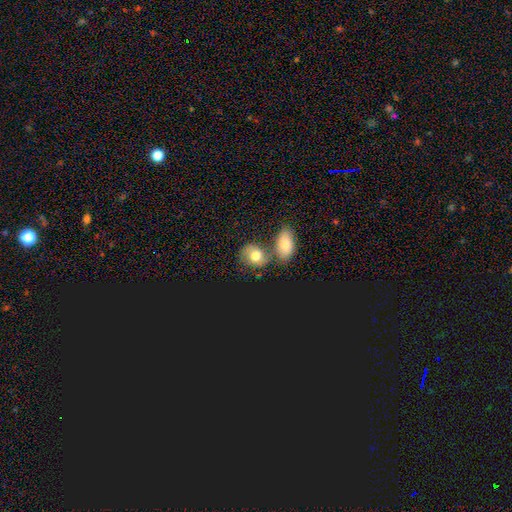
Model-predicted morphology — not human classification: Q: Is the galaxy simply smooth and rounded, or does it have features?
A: smooth — 67%.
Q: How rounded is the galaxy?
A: round — 50%.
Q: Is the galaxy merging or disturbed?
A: none — 51%.